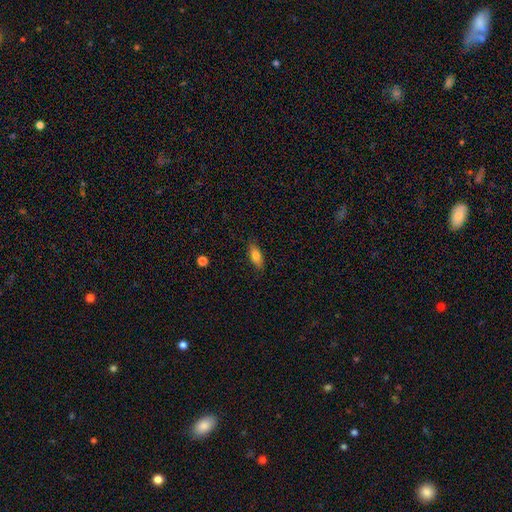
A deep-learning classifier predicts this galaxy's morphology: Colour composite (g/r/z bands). It shows a smooth galaxy with no disk features (73%) that is in between round and cigar-shaped (75%). Merging: none (85%).